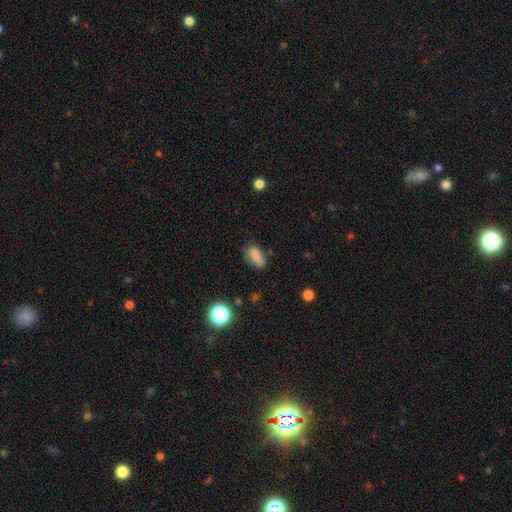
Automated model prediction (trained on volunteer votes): A smooth galaxy with no disk features (81%) that is in between round and cigar-shaped (86%). Merging: none (64%).